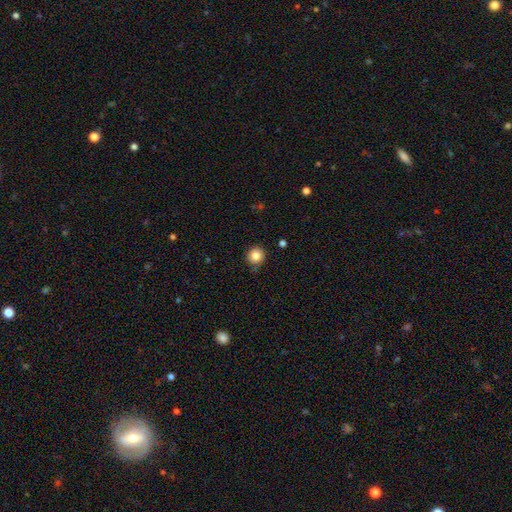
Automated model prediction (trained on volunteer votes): Smooth or featured? Predicted: smooth (p=0.84). How rounded? Predicted: round (p=0.92). Merging? Predicted: none (p=0.85).